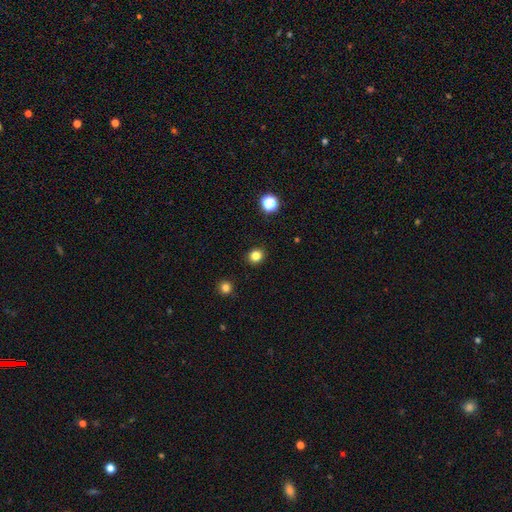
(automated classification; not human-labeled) smooth_or_featured: smooth (p=0.83) [alt: star or artifact p=0.13]
how_rounded: round (p=0.80) [alt: in between p=0.19]
merging: none (p=0.91) [alt: minor disturbance p=0.06]